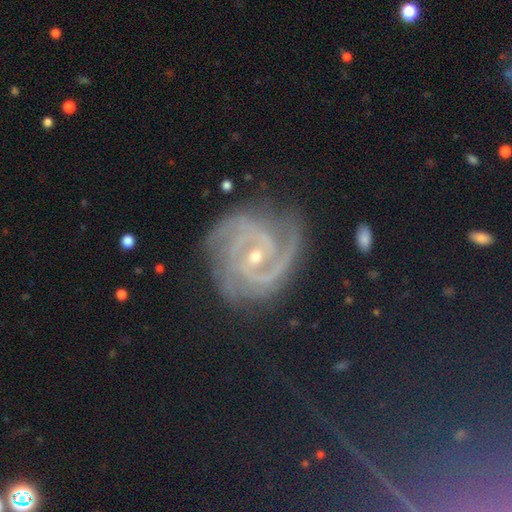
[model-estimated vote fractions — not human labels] A featured or disk galaxy (82%) with no bar (53%), 2 (38%) tight (64%) spiral arms (98%) and a small central bulge (65%).

Vote fractions:
- Smooth or featured? featured or disk: 82% / star or artifact: 12% / smooth: 6%
- Edge-on disk? no: 98% / yes: 2%
- Bar? no: 53% / weak: 34% / strong: 14%
- Spiral arms? yes: 98% / no: 2%
- Spiral winding? tight: 64% / medium: 30% / loose: 6%
- Spiral arm count? 2: 38% / 3: 25% / can't tell: 13% / 4: 9% / 1: 8% / more than 4: 8%
- Bulge size? small: 65% / moderate: 32% / large: 1% / none: 1% / dominant: 1%
- Merging? none: 72% / minor disturbance: 19% / major disturbance: 7% / merger: 2%